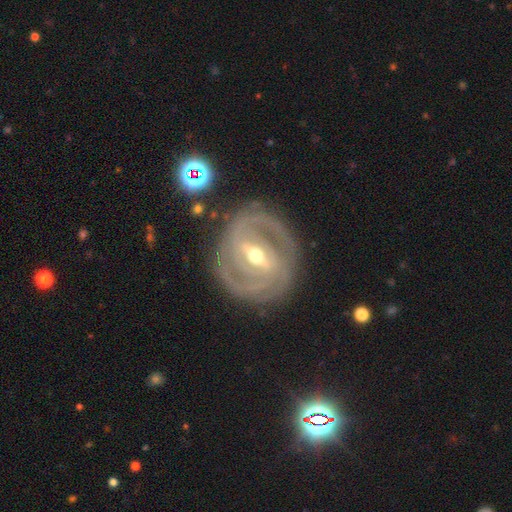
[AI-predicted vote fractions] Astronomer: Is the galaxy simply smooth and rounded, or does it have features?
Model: featured or disk — 89%.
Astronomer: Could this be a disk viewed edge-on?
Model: no — 96%.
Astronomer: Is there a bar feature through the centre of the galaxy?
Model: strong — 53% (runner-up: weak, 36%).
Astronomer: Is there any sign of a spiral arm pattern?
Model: yes — 94%.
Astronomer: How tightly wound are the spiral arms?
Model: tight — 70%.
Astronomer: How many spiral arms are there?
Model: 2 — 43% (runner-up: 3, 23%).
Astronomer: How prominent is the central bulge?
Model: moderate — 61%.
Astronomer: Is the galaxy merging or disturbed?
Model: none — 80%.